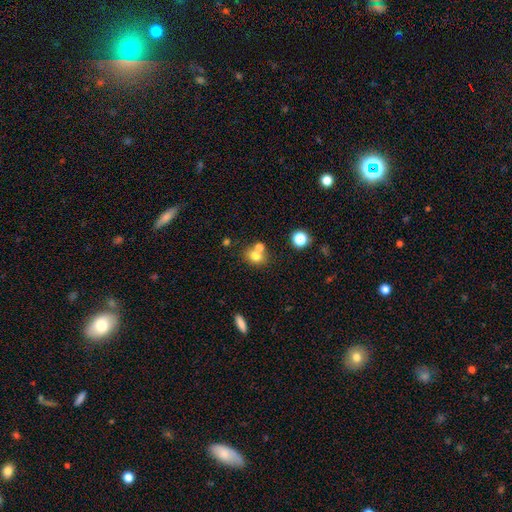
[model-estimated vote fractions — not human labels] Smooth or featured? smooth (74%)
How rounded? round (57%)
Merging? none (50%)